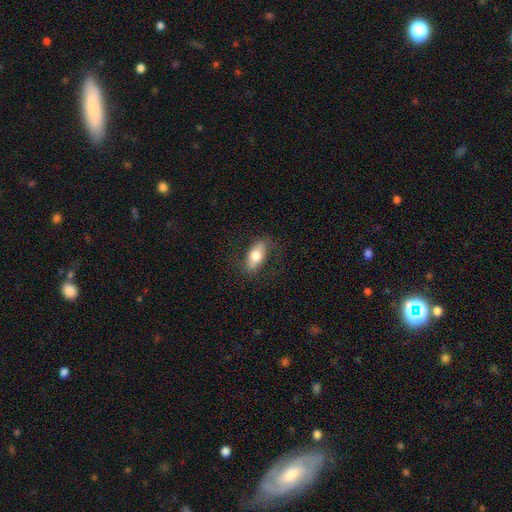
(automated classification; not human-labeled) Smooth or featured?
  - smooth: 70% *
  - featured or disk: 23%
  - star or artifact: 7%
How rounded?
  - in between: 83% *
  - cigar-shaped: 12%
  - round: 5%
Merging?
  - none: 79% *
  - minor disturbance: 14%
  - major disturbance: 5%
  - merger: 1%